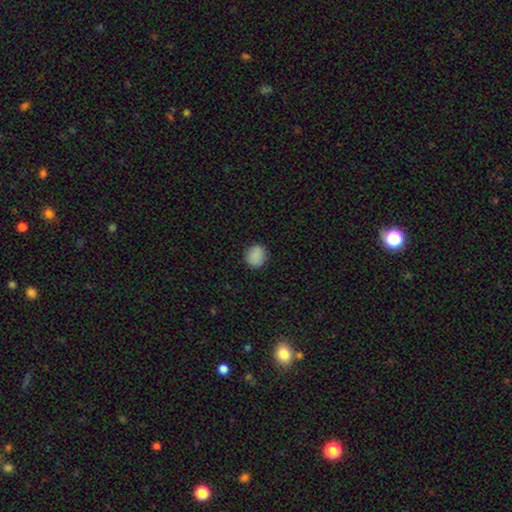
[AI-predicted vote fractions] Q: Smooth or featured?
A: smooth (88%); runner-up: star or artifact (9%)
Q: How rounded?
A: round (83%); runner-up: in between (16%)
Q: Merging?
A: none (88%); runner-up: minor disturbance (8%)